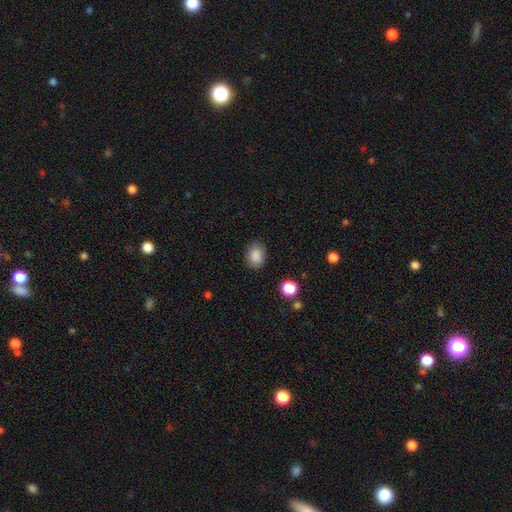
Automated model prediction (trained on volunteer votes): smooth 87%, star or artifact 9%, featured or disk 4%. Down the decision tree: how rounded — in between (59%); merging — none (83%).